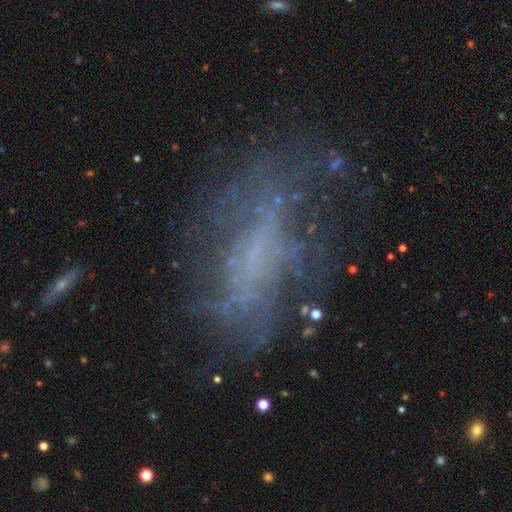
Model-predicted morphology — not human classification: Smooth or featured?
  - featured or disk: 54% *
  - smooth: 27%
  - star or artifact: 19%
Edge-on disk?
  - no: 87% *
  - yes: 13%
Merging?
  - none: 53% *
  - major disturbance: 23%
  - minor disturbance: 21%
  - merger: 3%